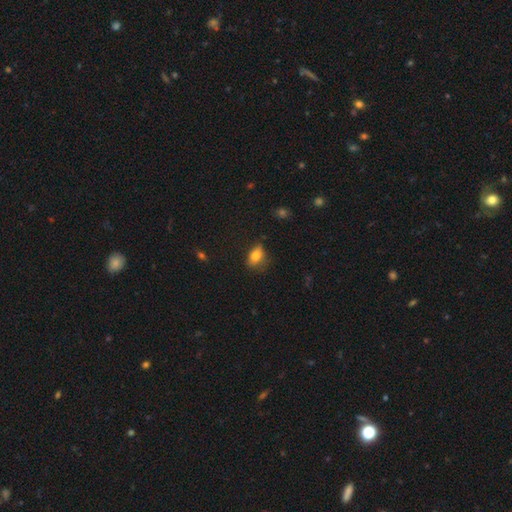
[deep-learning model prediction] Overall: smooth (79%). How rounded: in between (80%). Merging: none (60%; minor disturbance 29%).